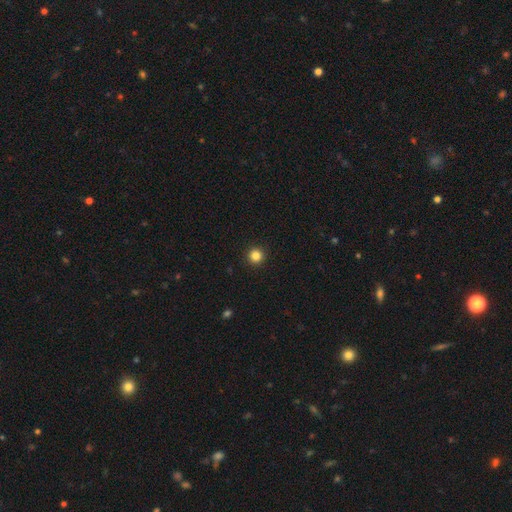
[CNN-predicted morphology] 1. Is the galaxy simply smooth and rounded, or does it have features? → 84% smooth, 12% star or artifact, 4% featured or disk.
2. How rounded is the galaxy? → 96% round, 3% in between, 1% cigar-shaped.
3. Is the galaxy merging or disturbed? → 93% none, 4% minor disturbance, 2% major disturbance, 1% merger.